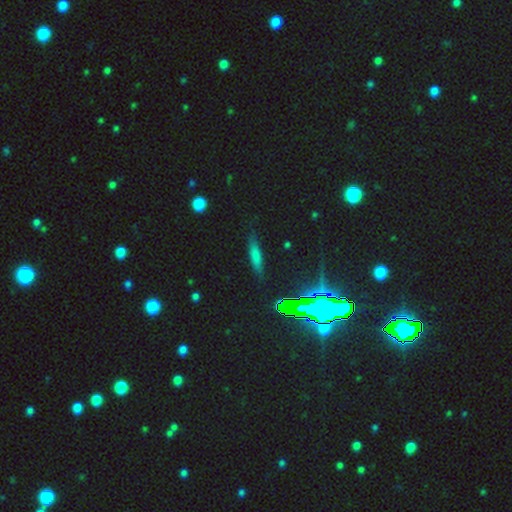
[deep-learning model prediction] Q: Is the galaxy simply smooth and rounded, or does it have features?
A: smooth — 58%.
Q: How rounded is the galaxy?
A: cigar-shaped — 77%.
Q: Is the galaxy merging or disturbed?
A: none — 82%.